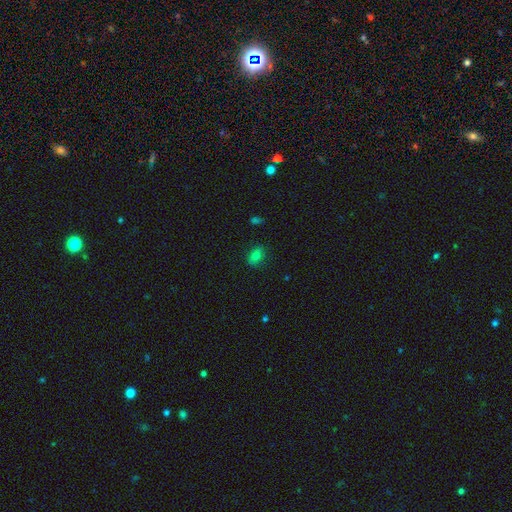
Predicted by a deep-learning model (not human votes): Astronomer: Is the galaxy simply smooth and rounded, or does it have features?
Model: smooth — 76%.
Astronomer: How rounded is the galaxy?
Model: in between — 72%.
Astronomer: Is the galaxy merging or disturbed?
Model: none — 81%.